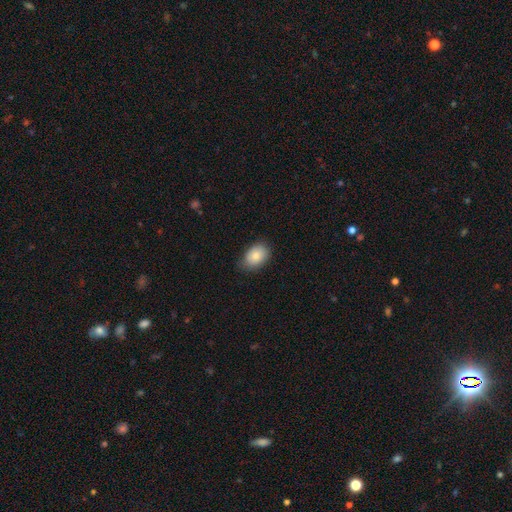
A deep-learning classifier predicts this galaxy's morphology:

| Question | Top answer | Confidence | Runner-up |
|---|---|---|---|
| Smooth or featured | smooth | 83% | featured or disk (10%) |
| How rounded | in between | 82% | round (16%) |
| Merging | none | 75% | minor disturbance (20%) |